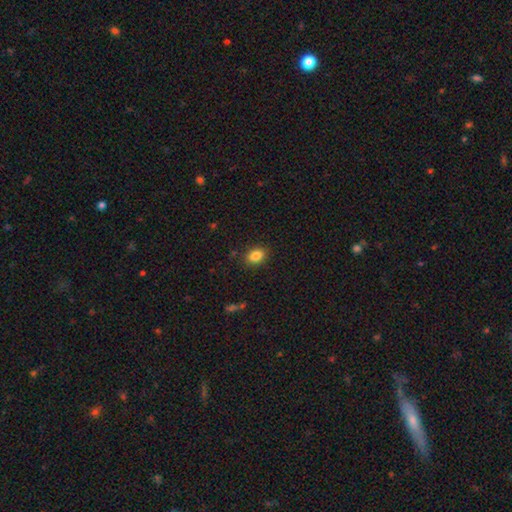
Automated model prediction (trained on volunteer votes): Morphology: type=smooth (85%); roundness=in between (75%); merging=none (86%).